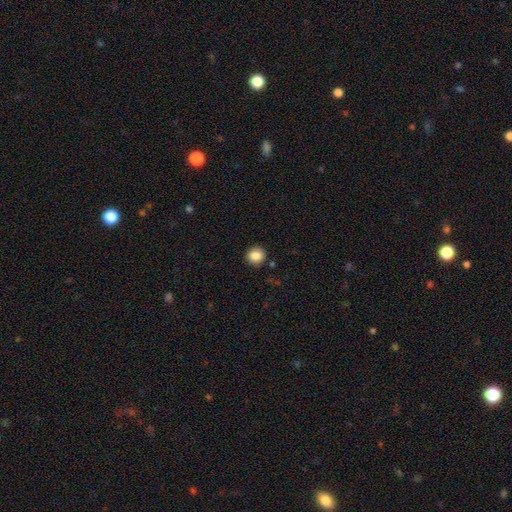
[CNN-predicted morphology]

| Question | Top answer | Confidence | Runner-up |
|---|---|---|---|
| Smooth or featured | smooth | 87% | star or artifact (9%) |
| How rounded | round | 90% | in between (9%) |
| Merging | none | 90% | minor disturbance (7%) |